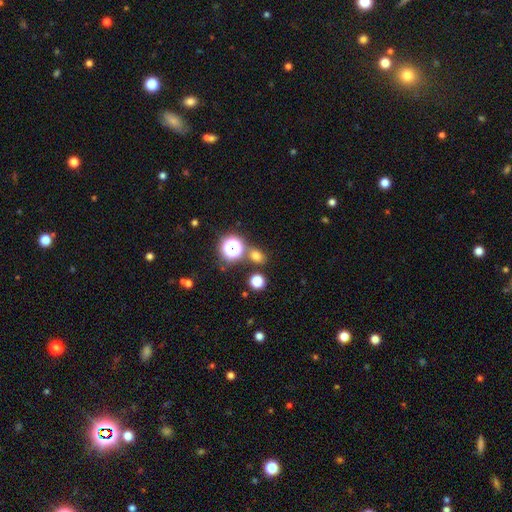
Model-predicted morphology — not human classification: This appears to be a smooth galaxy with no disk features (66%) that is round (57%). Merging: none (76%).